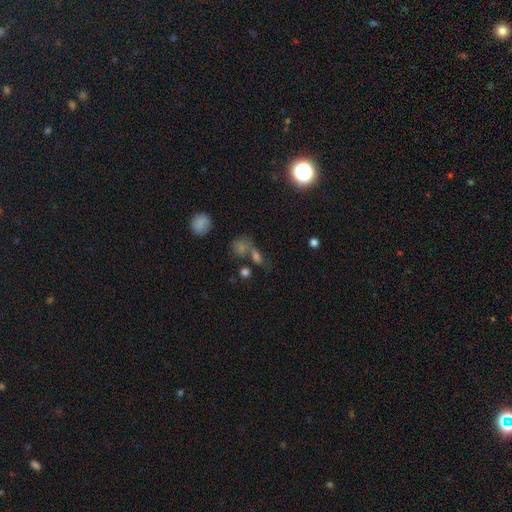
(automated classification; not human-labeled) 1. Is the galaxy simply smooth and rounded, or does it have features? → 48% smooth, 34% star or artifact, 17% featured or disk.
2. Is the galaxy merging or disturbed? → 43% none, 39% merger, 10% minor disturbance, 8% major disturbance.